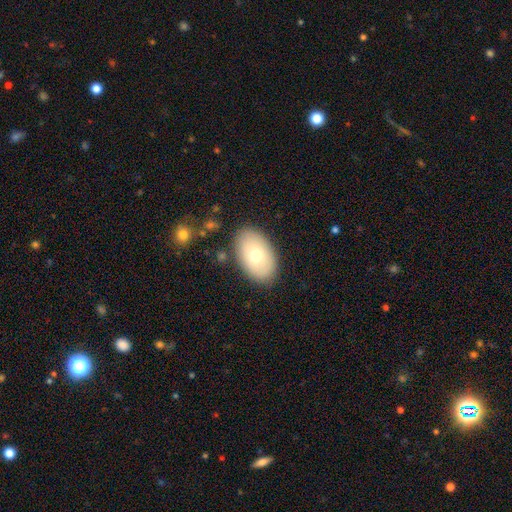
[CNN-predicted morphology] smooth_or_featured: smooth (p=0.71) [alt: featured or disk p=0.22]
how_rounded: in between (p=0.92) [alt: round p=0.07]
merging: none (p=0.85) [alt: minor disturbance p=0.10]